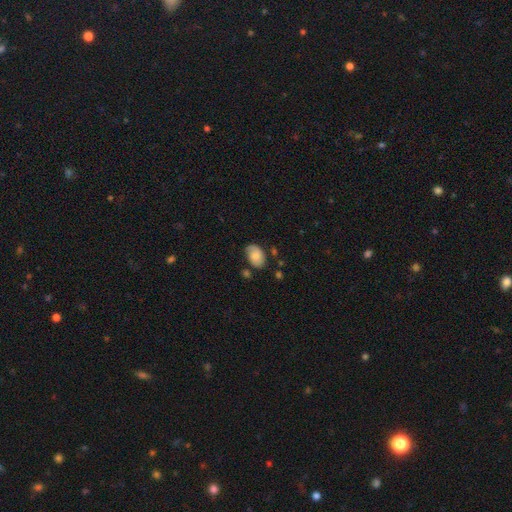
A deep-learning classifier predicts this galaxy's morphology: A smooth galaxy with no disk features (60%) that is in between round and cigar-shaped (84%).

Vote fractions:
- Smooth or featured? smooth: 60% / featured or disk: 31% / star or artifact: 8%
- How rounded? in between: 84% / round: 15% / cigar-shaped: 1%
- Merging? none: 65% / minor disturbance: 24% / major disturbance: 7% / merger: 5%